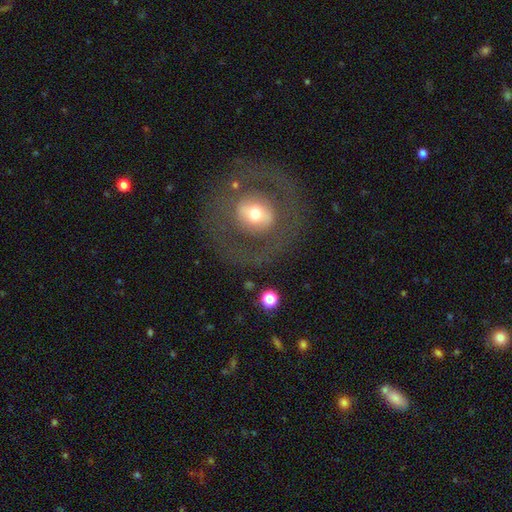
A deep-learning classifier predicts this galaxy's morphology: smooth-or-featured: featured or disk: 60% | smooth: 32% | star or artifact: 9%
  disk-edge-on: no: 94% | yes: 6%
    bar: no: 63% | weak: 24% | strong: 13%
    has-spiral-arms: no: 71% | yes: 29%
    bulge-size: moderate: 61% | small: 21% | large: 15% | dominant: 2% | none: 1%
  merging: none: 82% | minor disturbance: 10% | major disturbance: 7% | merger: 2%